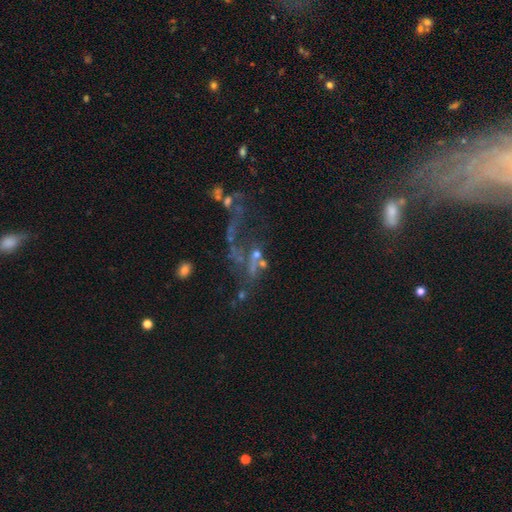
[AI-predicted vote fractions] Morphology: type=featured or disk (50%); merging=major disturbance (38%).